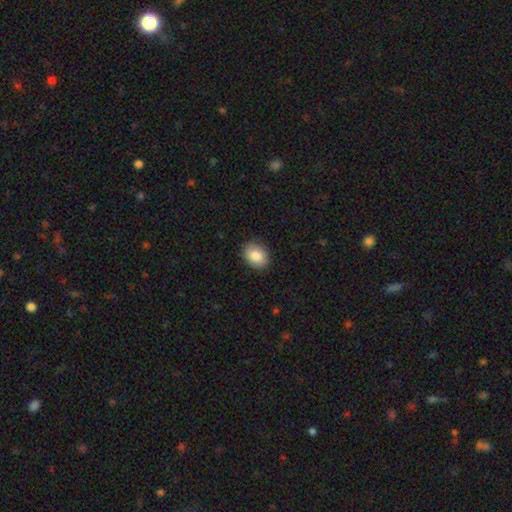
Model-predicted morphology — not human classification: smooth-or-featured: smooth: 86% | star or artifact: 8% | featured or disk: 7%
  how-rounded: in between: 63% | round: 36% | cigar-shaped: 1%
  merging: none: 88% | minor disturbance: 9% | major disturbance: 2% | merger: 1%